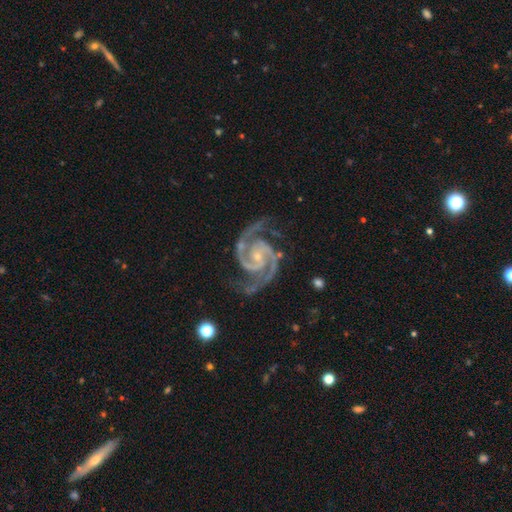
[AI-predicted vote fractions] smooth-or-featured: featured or disk: 94% | star or artifact: 4% | smooth: 2%
  disk-edge-on: no: 98% | yes: 2%
    bar: no: 50% | weak: 33% | strong: 17%
    has-spiral-arms: yes: 99% | no: 1%
      spiral-winding: tight: 49% | medium: 46% | loose: 5%
      spiral-arm-count: 2: 85% | 3: 8% | can't tell: 2% | 4: 2% | 1: 2% | more than 4: 2%
    bulge-size: small: 71% | moderate: 21% | none: 6% | large: 1% | dominant: 1%
  merging: none: 79% | minor disturbance: 14% | major disturbance: 5% | merger: 2%